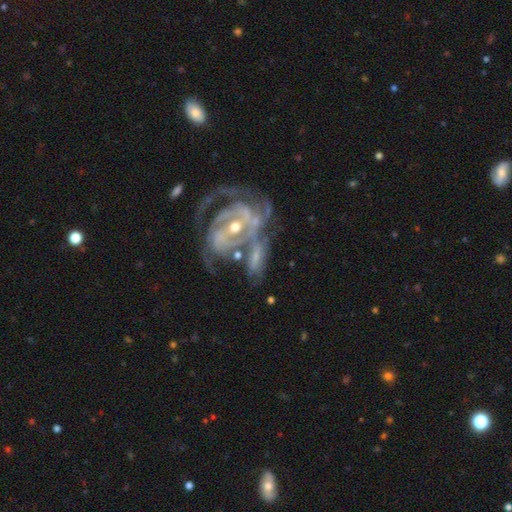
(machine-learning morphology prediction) Smooth or featured?
  - featured or disk: 86% *
  - smooth: 7%
  - star or artifact: 7%
Edge-on disk?
  - no: 96% *
  - yes: 4%
Bar?
  - no: 39% *
  - weak: 35%
  - strong: 25%
Spiral arms?
  - yes: 91% *
  - no: 9%
Spiral winding?
  - tight: 55% *
  - medium: 35%
  - loose: 11%
Spiral arm count?
  - 2: 33% *
  - can't tell: 26%
  - 3: 22%
  - 4: 7%
  - 1: 7%
  - more than 4: 5%
Bulge size?
  - moderate: 52% *
  - small: 43%
  - large: 3%
  - none: 2%
  - dominant: 1%
Merging?
  - merger: 34% *
  - none: 31%
  - major disturbance: 18%
  - minor disturbance: 17%